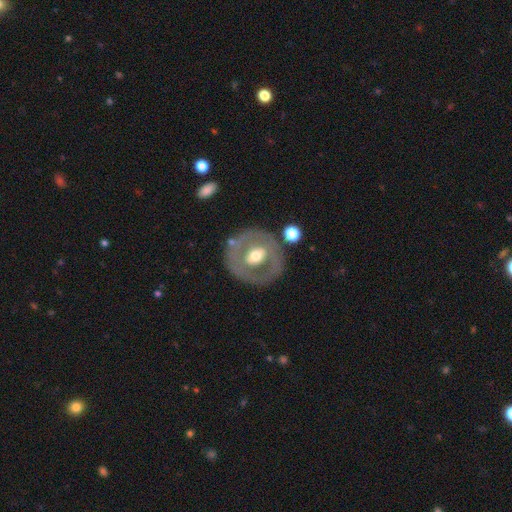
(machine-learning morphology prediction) This appears to be a featured or disk galaxy (61%) with no bar (55%), no spiral arms (84%) and a moderate central bulge (69%). Merging: none (76%).